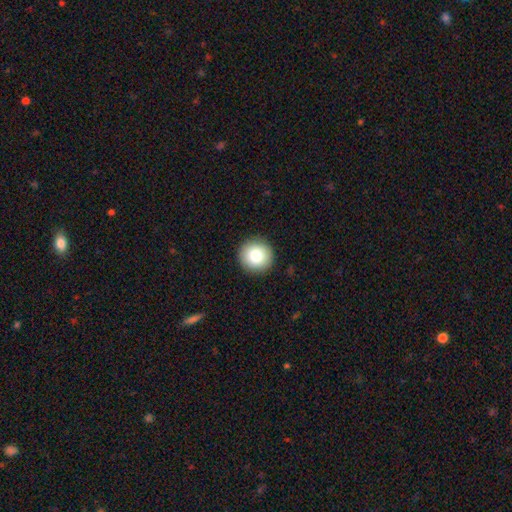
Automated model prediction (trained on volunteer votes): Overall: smooth (82%). How rounded: round (94%). Merging: none (92%).